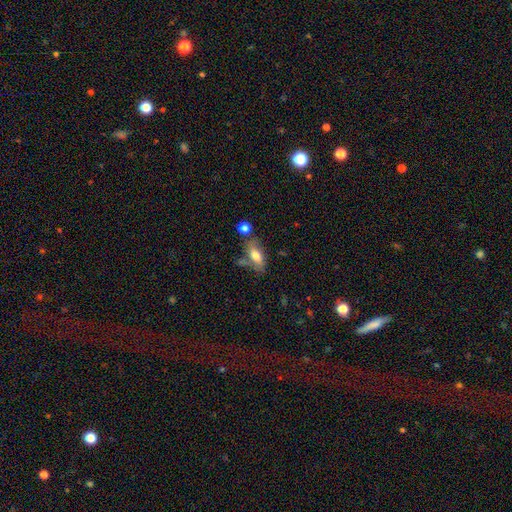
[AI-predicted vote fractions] smooth 65%, featured or disk 27%, star or artifact 8%. Down the decision tree: how rounded — in between (79%); merging — none (57%).